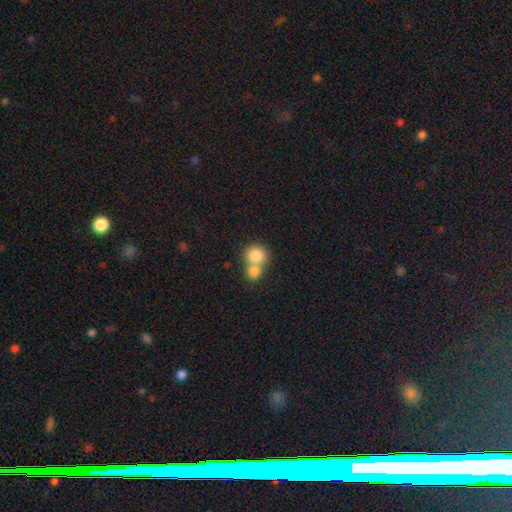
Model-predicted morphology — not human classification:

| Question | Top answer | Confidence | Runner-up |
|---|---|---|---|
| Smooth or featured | smooth | 81% | featured or disk (11%) |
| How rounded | round | 85% | in between (14%) |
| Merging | merger | 59% | none (33%) |